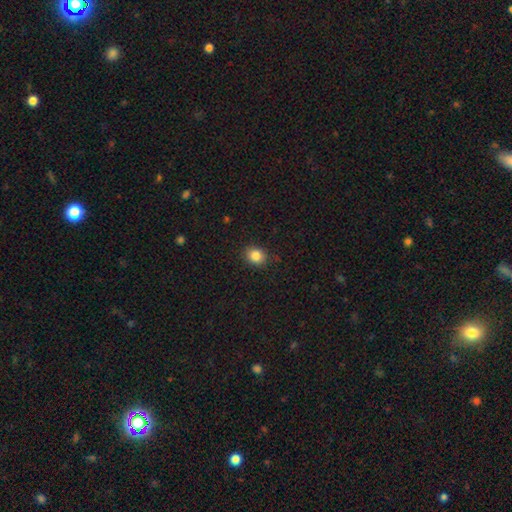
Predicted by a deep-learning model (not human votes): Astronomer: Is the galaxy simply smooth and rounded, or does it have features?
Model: smooth — 86%.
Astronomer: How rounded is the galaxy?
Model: round — 68%.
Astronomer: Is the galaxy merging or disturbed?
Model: none — 88%.